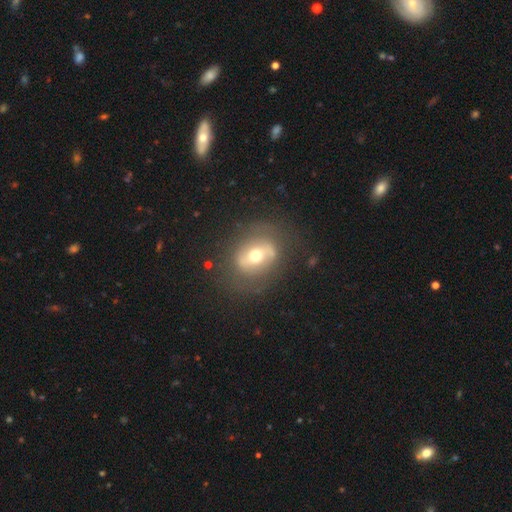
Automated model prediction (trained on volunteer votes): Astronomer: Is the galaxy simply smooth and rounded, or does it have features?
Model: featured or disk — 56% (runner-up: smooth, 36%).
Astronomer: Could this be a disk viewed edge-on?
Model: no — 92%.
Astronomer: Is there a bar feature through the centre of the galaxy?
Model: strong — 35% (runner-up: weak, 34%).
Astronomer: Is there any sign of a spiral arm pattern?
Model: no — 61% (runner-up: yes, 39%).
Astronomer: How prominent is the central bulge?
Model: moderate — 71%.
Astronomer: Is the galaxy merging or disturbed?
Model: none — 72%.